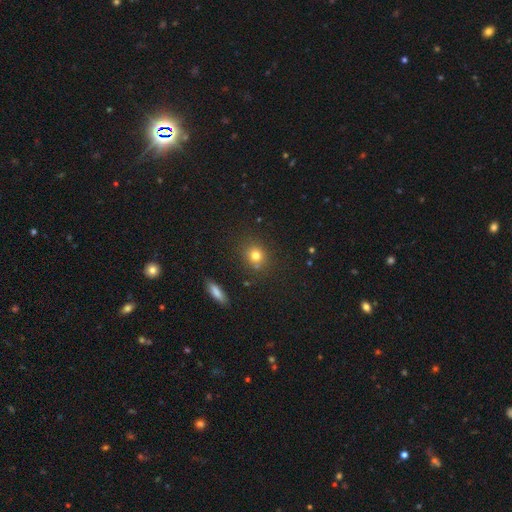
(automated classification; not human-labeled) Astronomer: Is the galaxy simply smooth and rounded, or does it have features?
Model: smooth — 76%.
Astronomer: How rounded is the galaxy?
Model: round — 79%.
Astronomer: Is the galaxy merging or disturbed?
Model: none — 80%.